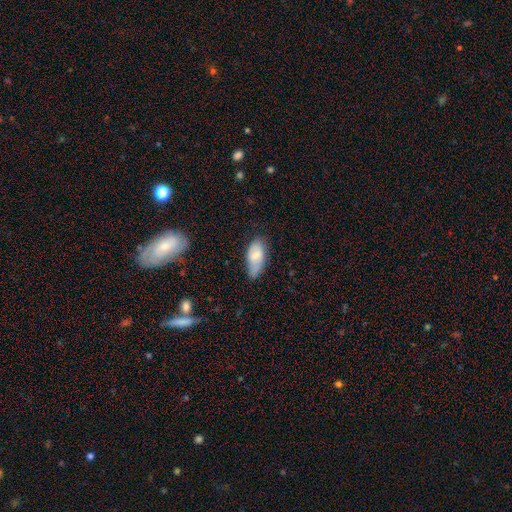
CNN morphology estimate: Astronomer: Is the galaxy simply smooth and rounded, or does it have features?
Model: smooth — 72%.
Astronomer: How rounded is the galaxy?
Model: in between — 91%.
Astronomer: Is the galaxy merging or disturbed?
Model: none — 53% (runner-up: minor disturbance, 36%).